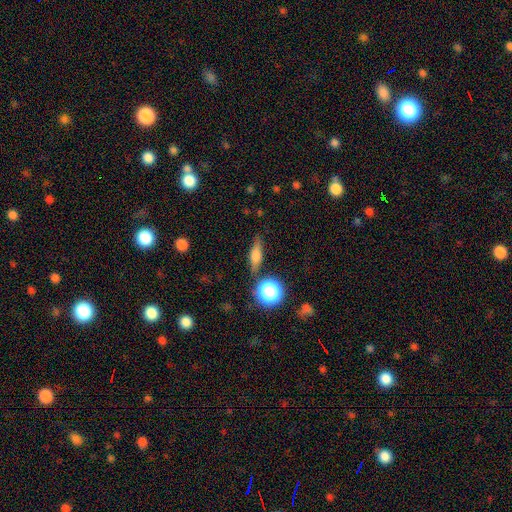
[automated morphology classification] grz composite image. It shows a smooth galaxy with no disk features (55%) that is cigar-shaped (45%). Merging: none (80%).